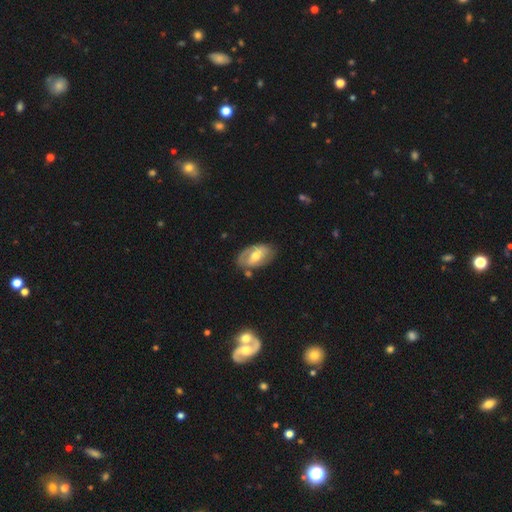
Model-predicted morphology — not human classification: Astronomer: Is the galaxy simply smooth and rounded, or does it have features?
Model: featured or disk — 55% (runner-up: smooth, 39%).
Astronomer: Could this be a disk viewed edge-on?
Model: no — 91%.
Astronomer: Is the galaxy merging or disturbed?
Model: none — 69%.